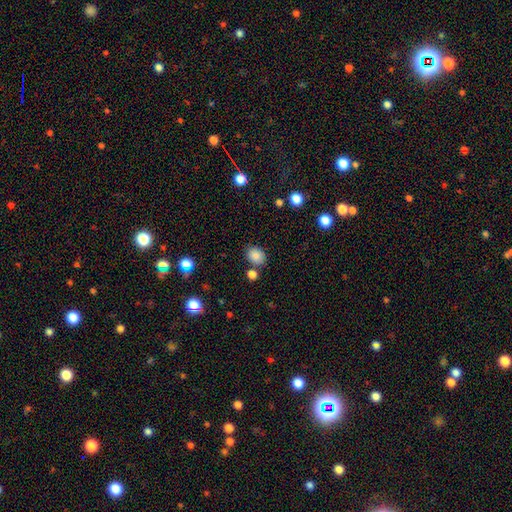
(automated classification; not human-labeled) A smooth galaxy with no disk features (85%) that is round (53%). Merging: none (78%).